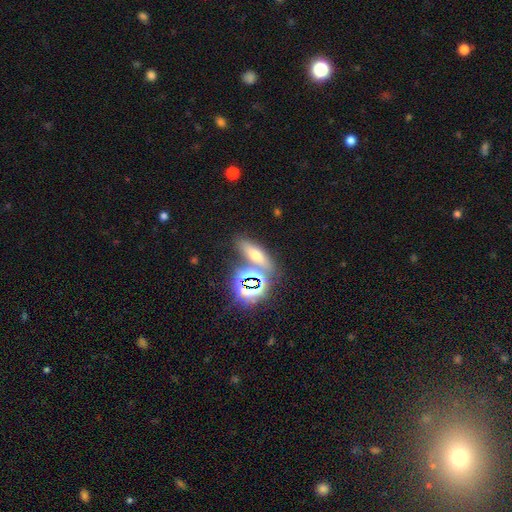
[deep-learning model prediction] The model was most divided on "how rounded": in between: 48%, cigar-shaped: 32%, round: 19%. More confident: merging — none (69%); smooth or featured — smooth (51%).